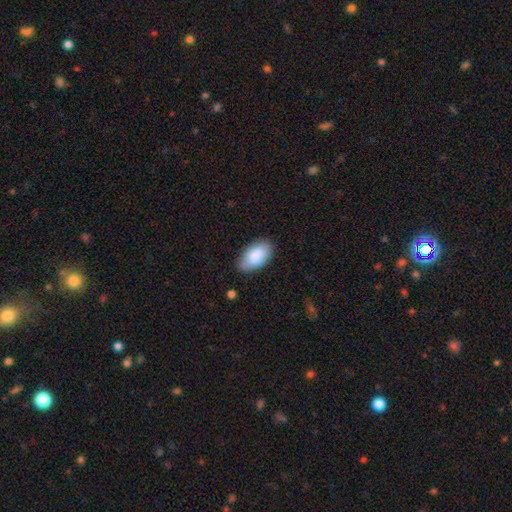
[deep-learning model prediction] A smooth galaxy with no disk features (88%) that is in between round and cigar-shaped (95%).

Vote fractions:
- Smooth or featured? smooth: 88% / featured or disk: 7% / star or artifact: 6%
- How rounded? in between: 95% / round: 3% / cigar-shaped: 2%
- Merging? none: 80% / minor disturbance: 15% / major disturbance: 3% / merger: 1%